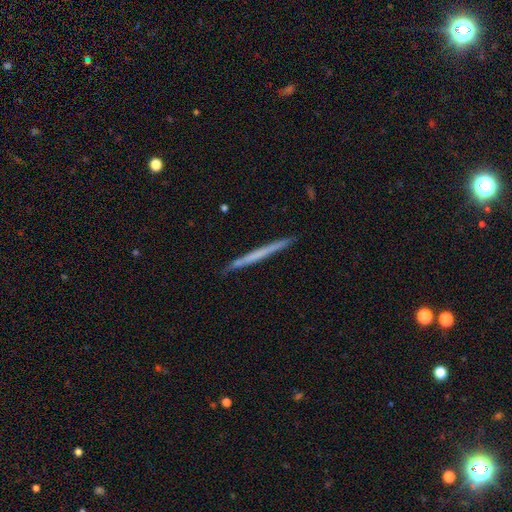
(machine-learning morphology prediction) smooth_or_featured: featured or disk (p=0.48) [alt: smooth p=0.45]
merging: none (p=0.92) [alt: minor disturbance p=0.05]